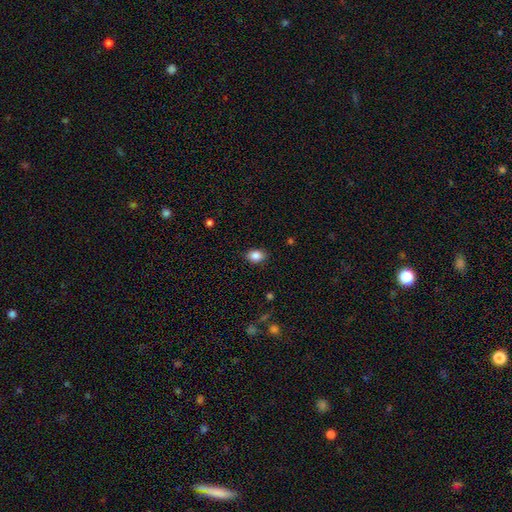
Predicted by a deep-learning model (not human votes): A smooth galaxy with no disk features (86%) that is in between round and cigar-shaped (71%).

Vote fractions:
- Smooth or featured? smooth: 86% / star or artifact: 9% / featured or disk: 5%
- How rounded? in between: 71% / round: 28% / cigar-shaped: 1%
- Merging? none: 87% / minor disturbance: 10% / major disturbance: 2% / merger: 1%